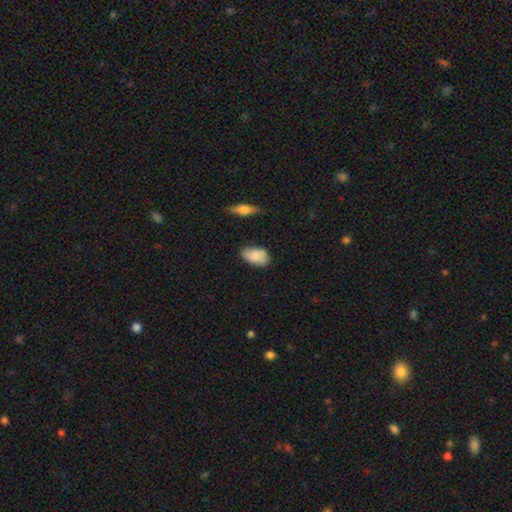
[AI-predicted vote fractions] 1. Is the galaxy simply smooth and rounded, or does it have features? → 84% smooth, 10% featured or disk, 7% star or artifact.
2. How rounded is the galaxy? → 93% in between, 5% round, 2% cigar-shaped.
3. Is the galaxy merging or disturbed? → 72% none, 20% minor disturbance, 4% merger, 4% major disturbance.